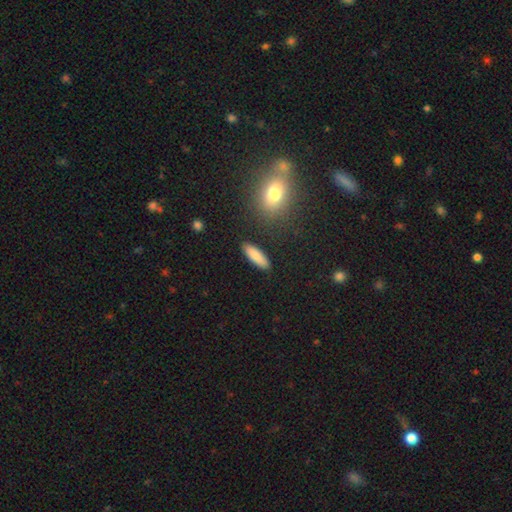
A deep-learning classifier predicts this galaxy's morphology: Q: Smooth or featured?
A: smooth (85%); runner-up: featured or disk (9%)
Q: How rounded?
A: in between (50%); runner-up: cigar-shaped (48%)
Q: Merging?
A: none (88%); runner-up: minor disturbance (8%)